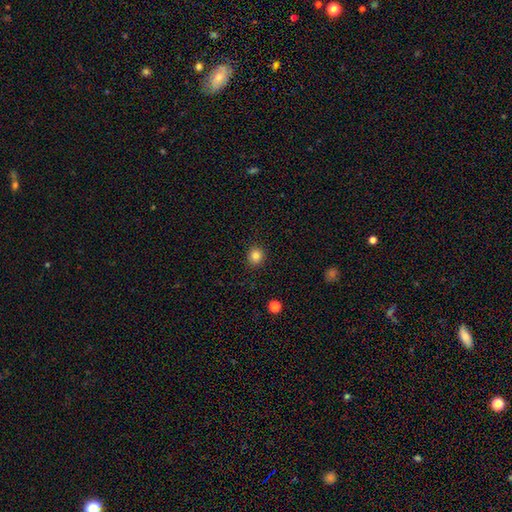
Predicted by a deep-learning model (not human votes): smooth 83%, star or artifact 12%, featured or disk 5%. Down the decision tree: how rounded — round (89%); merging — none (91%).